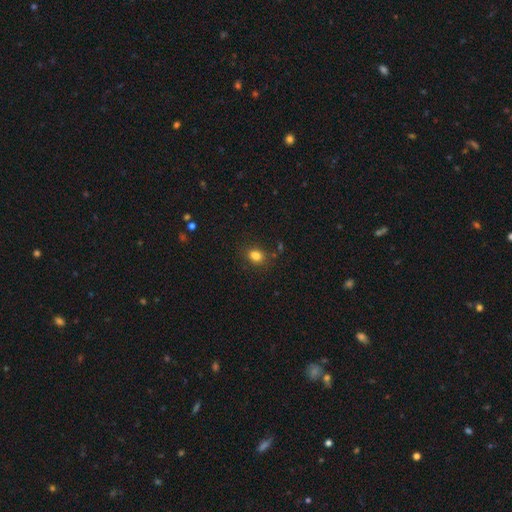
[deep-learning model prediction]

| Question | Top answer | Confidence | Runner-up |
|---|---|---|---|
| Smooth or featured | smooth | 82% | star or artifact (12%) |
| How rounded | in between | 64% | round (35%) |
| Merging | none | 76% | minor disturbance (15%) |